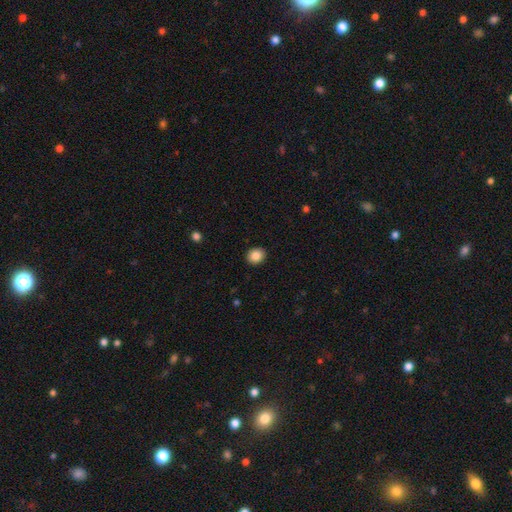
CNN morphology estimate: This is clearly a smooth galaxy (86%). How rounded: likely round (65%). Merging: clearly none (91%).